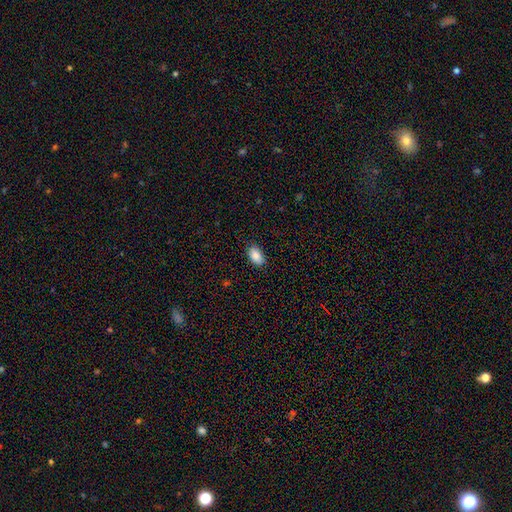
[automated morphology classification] This is clearly a smooth galaxy (88%). How rounded: clearly in between (92%). Merging: clearly none (86%).